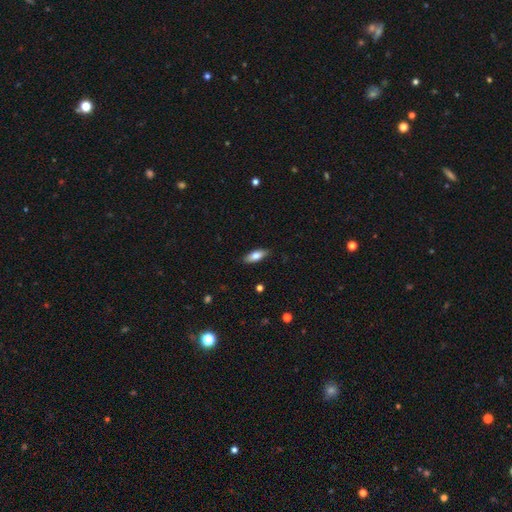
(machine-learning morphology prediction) type=smooth (77%); roundness=in between (74%); merging=none (87%).